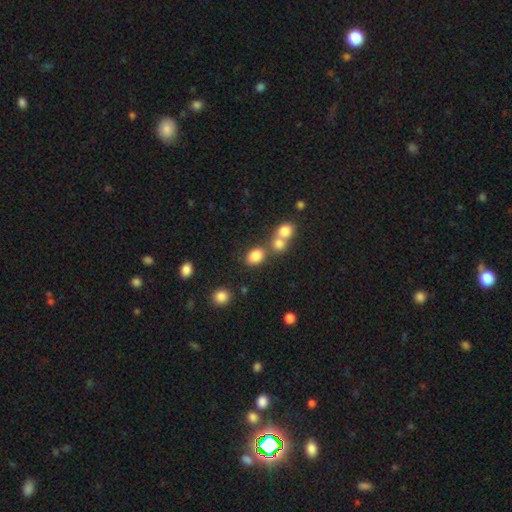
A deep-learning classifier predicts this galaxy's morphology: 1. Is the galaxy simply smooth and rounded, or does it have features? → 82% smooth, 11% star or artifact, 6% featured or disk.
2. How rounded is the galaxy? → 65% in between, 33% round, 1% cigar-shaped.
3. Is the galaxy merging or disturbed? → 55% none, 31% merger, 10% minor disturbance, 4% major disturbance.